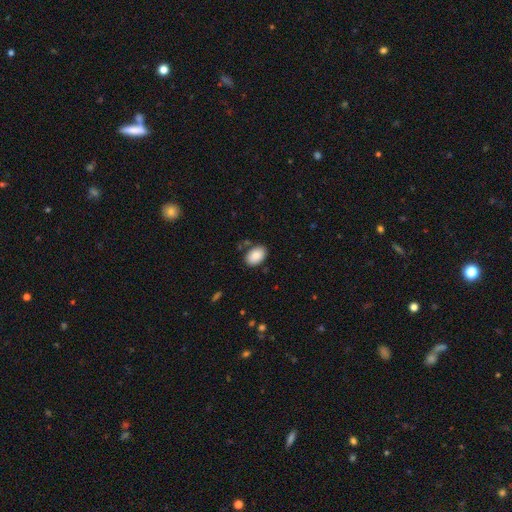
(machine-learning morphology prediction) Smooth or featured? smooth (88%)
How rounded? in between (86%)
Merging? none (80%)